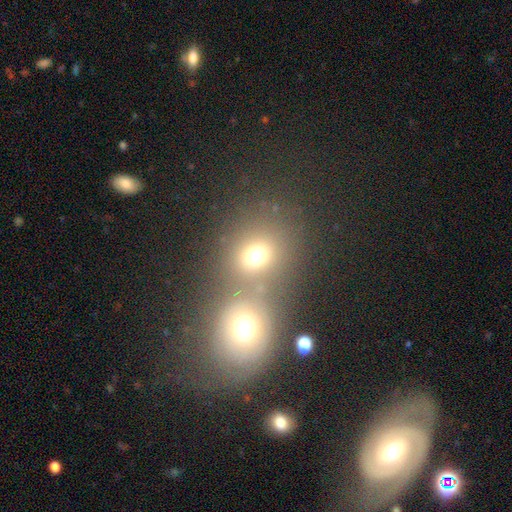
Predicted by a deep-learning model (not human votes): A smooth galaxy with no disk features (71%) that is round (70%). Merging: merger (51%).